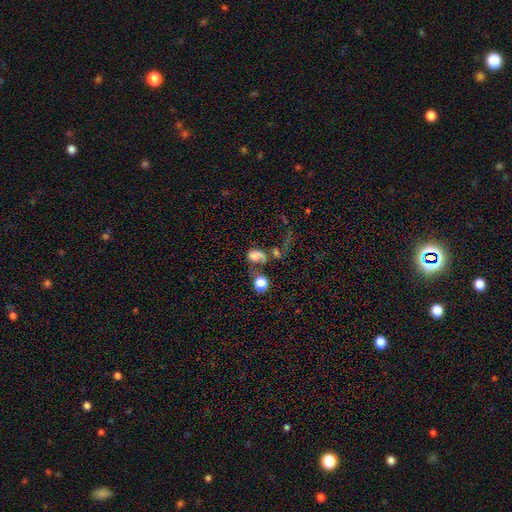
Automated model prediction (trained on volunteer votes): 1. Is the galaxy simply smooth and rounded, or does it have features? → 59% smooth, 25% featured or disk, 16% star or artifact.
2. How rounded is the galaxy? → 54% in between, 43% round, 2% cigar-shaped.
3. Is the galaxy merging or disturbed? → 39% merger, 28% major disturbance, 21% none, 12% minor disturbance.